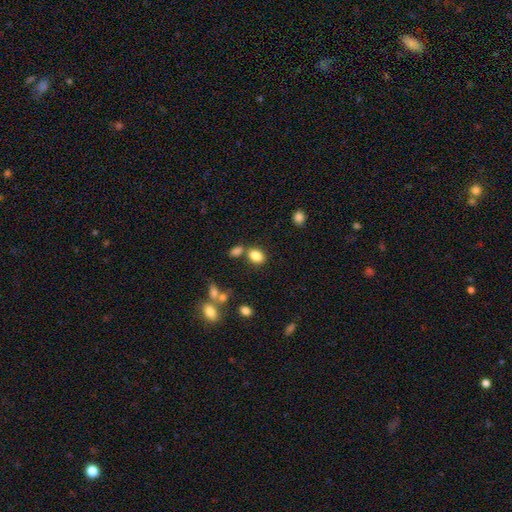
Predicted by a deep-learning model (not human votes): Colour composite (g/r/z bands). It shows a smooth galaxy with no disk features (84%) that is in between round and cigar-shaped (80%). Merging: none (62%).